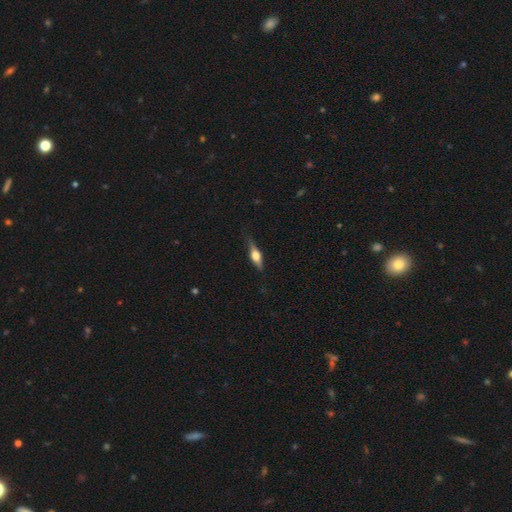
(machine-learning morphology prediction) A featured or disk galaxy (59%) viewed edge-on (95%) with a rounded central bulge (93%). Merging: none (80%).